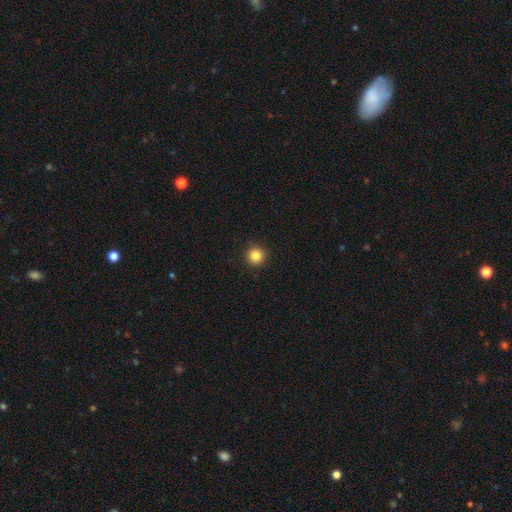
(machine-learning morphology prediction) Smooth or featured? smooth (84%)
How rounded? round (95%)
Merging? none (92%)